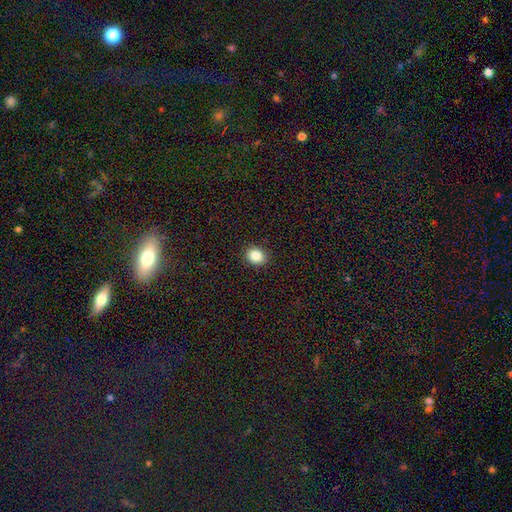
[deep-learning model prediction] smooth_or_featured: smooth (p=0.85) [alt: star or artifact p=0.10]
how_rounded: round (p=0.60) [alt: in between p=0.39]
merging: none (p=0.91) [alt: minor disturbance p=0.06]